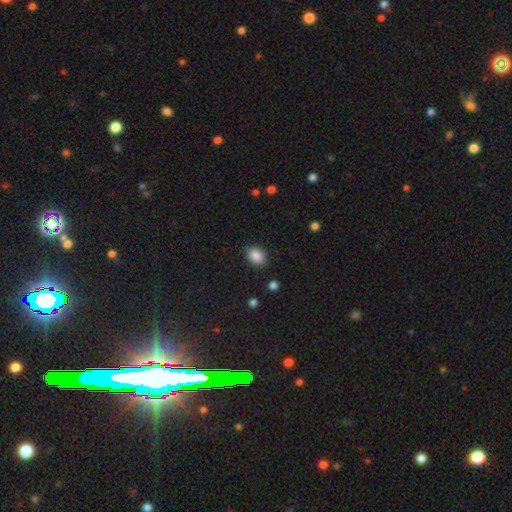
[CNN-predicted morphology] Smooth or featured: smooth — 87% (star or artifact — 9%)
How rounded: in between — 73% (round — 26%)
Merging: none — 81% (minor disturbance — 15%)